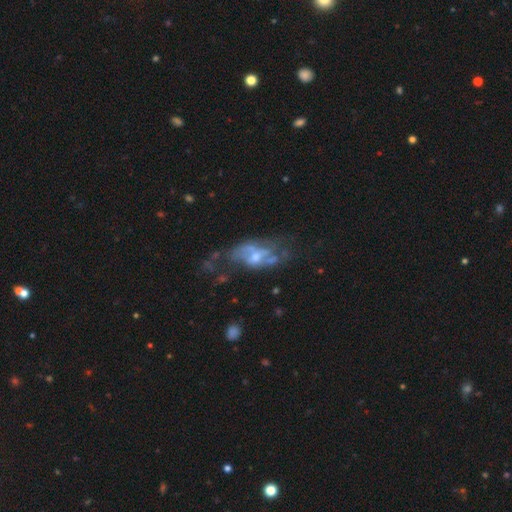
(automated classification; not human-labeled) Smooth or featured? Predicted: featured or disk (p=0.65). Edge-on disk? Predicted: no (p=0.92). Bar? Predicted: no (p=0.68). Spiral arms? Predicted: no (p=0.59). Bulge size? Predicted: moderate (p=0.50). Merging? Predicted: none (p=0.34).